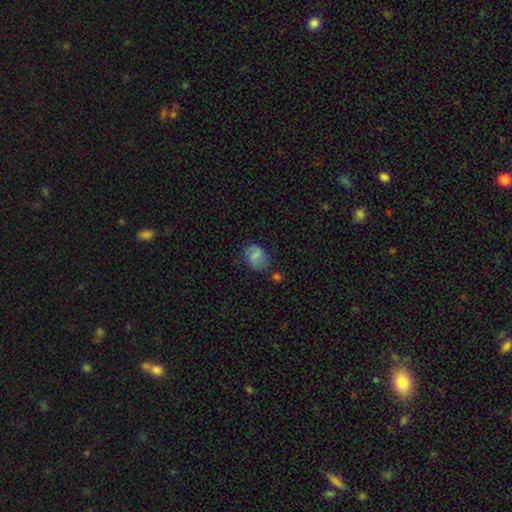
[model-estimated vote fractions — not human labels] Smooth or featured? smooth (72%)
How rounded? in between (58%)
Merging? none (65%)